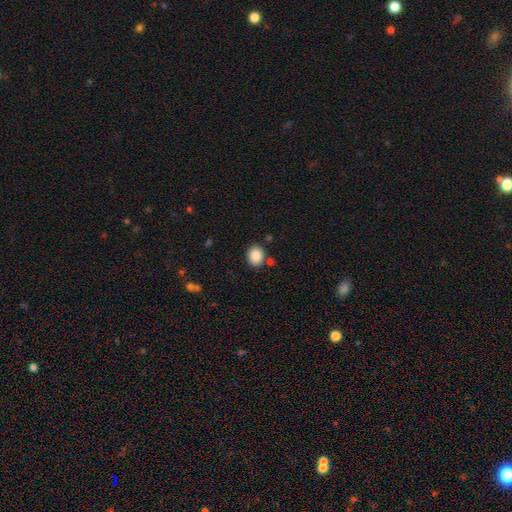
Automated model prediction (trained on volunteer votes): smooth_or_featured: smooth (p=0.87) [alt: star or artifact p=0.08]
how_rounded: round (p=0.51) [alt: in between p=0.48]
merging: none (p=0.82) [alt: minor disturbance p=0.10]